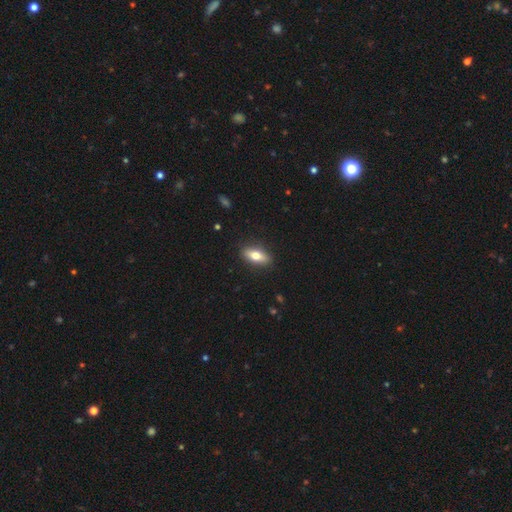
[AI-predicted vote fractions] Smooth or featured? Predicted: smooth (p=0.69). How rounded? Predicted: in between (p=0.76). Merging? Predicted: none (p=0.88).